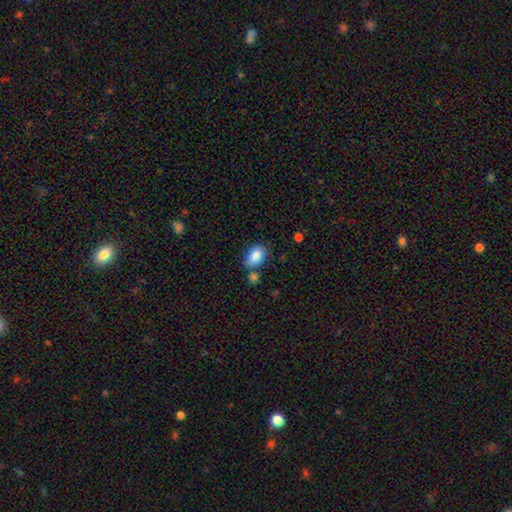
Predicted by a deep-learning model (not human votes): Smooth or featured?
  - smooth: 85% *
  - featured or disk: 8%
  - star or artifact: 7%
How rounded?
  - in between: 89% *
  - round: 9%
  - cigar-shaped: 1%
Merging?
  - none: 63% *
  - minor disturbance: 19%
  - merger: 14%
  - major disturbance: 5%